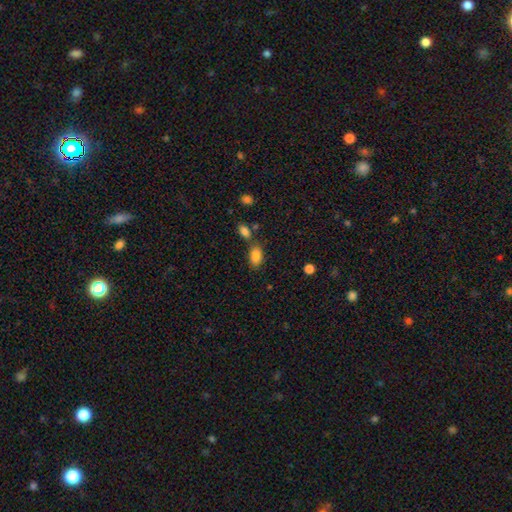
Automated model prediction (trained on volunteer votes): This is clearly a smooth galaxy (85%). How rounded: clearly in between (91%). Merging: likely none (68%).